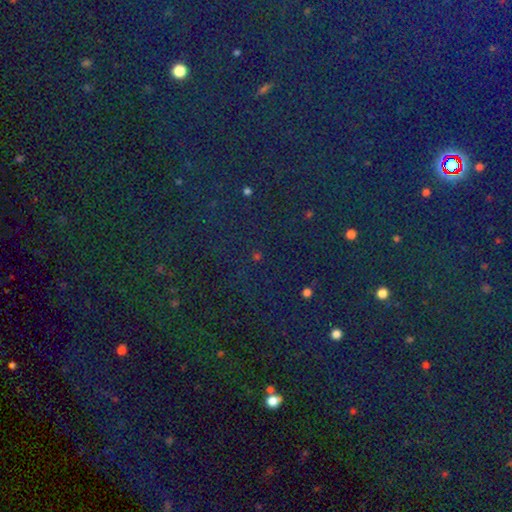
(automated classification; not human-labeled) star or artifact 79%, smooth 13%, featured or disk 8%.